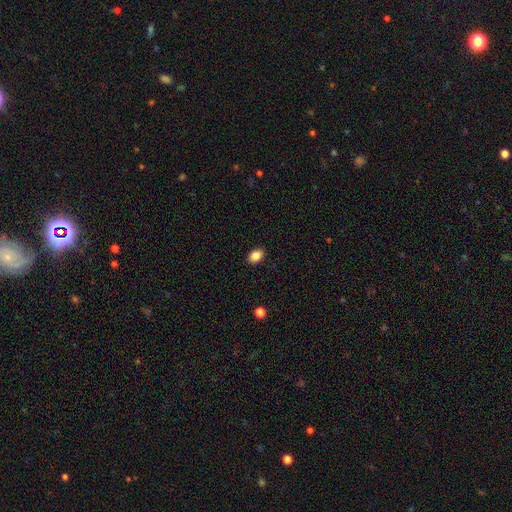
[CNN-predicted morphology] smooth_or_featured: smooth (p=0.86) [alt: star or artifact p=0.09]
how_rounded: in between (p=0.74) [alt: round p=0.25]
merging: none (p=0.90) [alt: minor disturbance p=0.07]